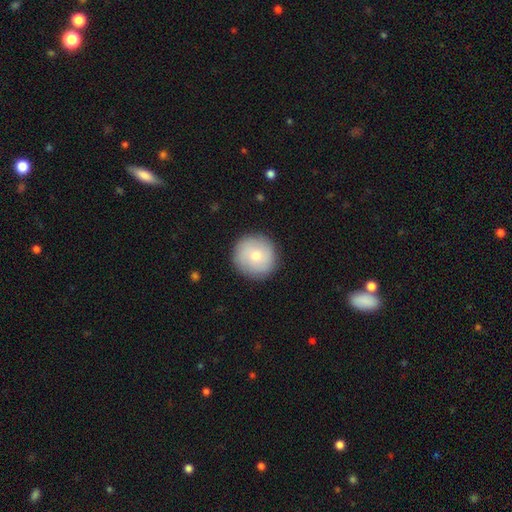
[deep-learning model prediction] smooth-or-featured: smooth: 73% | featured or disk: 20% | star or artifact: 7%
  how-rounded: round: 95% | in between: 4% | cigar-shaped: 1%
  merging: none: 90% | minor disturbance: 7% | major disturbance: 2% | merger: 1%